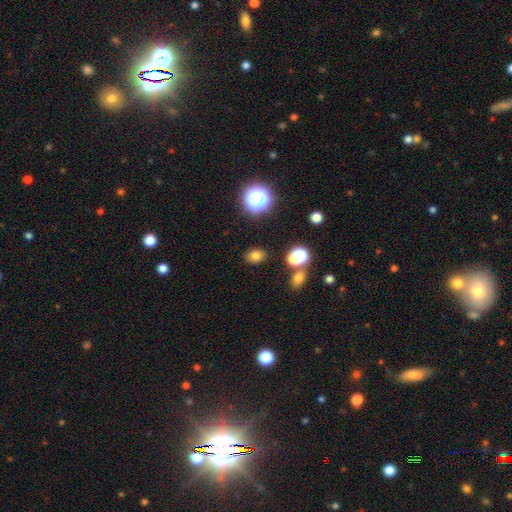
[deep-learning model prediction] This is likely a smooth galaxy (76%). How rounded: likely in between (64%). Merging: clearly none (85%).